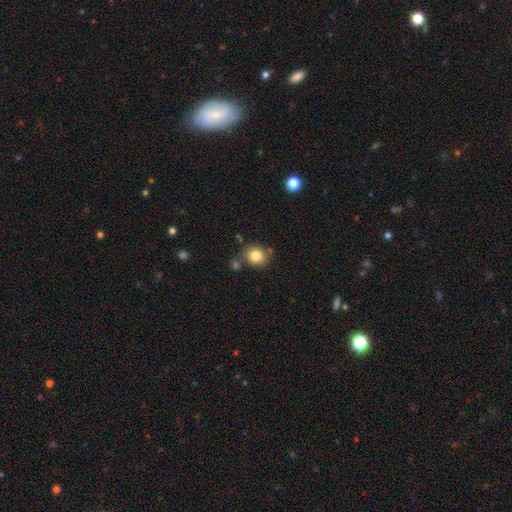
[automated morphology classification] This appears to be a smooth galaxy with no disk features (83%) that is round (73%). Merging: none (73%).